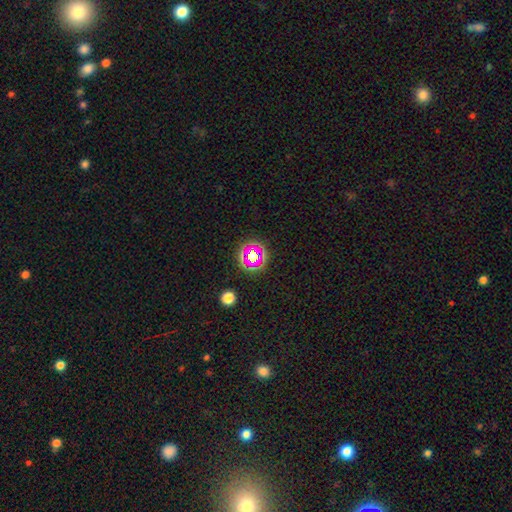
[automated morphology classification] star or artifact 53%, smooth 31%, featured or disk 16%.